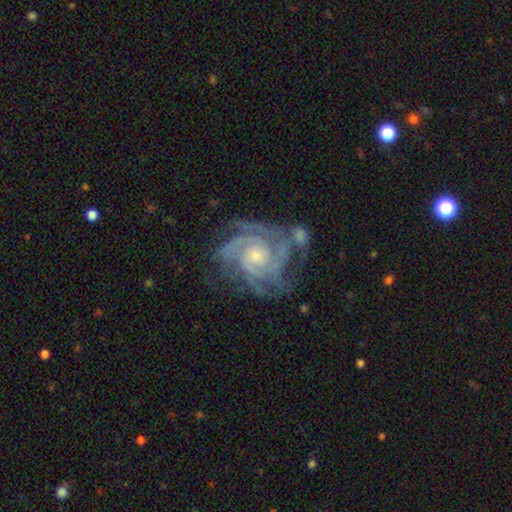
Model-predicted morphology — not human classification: Smooth or featured?
  - featured or disk: 91% *
  - star or artifact: 5%
  - smooth: 4%
Edge-on disk?
  - no: 98% *
  - yes: 2%
Bar?
  - no: 71% *
  - weak: 24%
  - strong: 6%
Spiral arms?
  - yes: 98% *
  - no: 2%
Spiral winding?
  - tight: 71% *
  - medium: 26%
  - loose: 4%
Spiral arm count?
  - 3: 34% *
  - 4: 20%
  - 2: 18%
  - can't tell: 16%
  - more than 4: 6%
  - 1: 6%
Bulge size?
  - small: 54% *
  - moderate: 41%
  - none: 2%
  - large: 2%
  - dominant: 1%
Merging?
  - none: 60% *
  - minor disturbance: 20%
  - major disturbance: 11%
  - merger: 8%